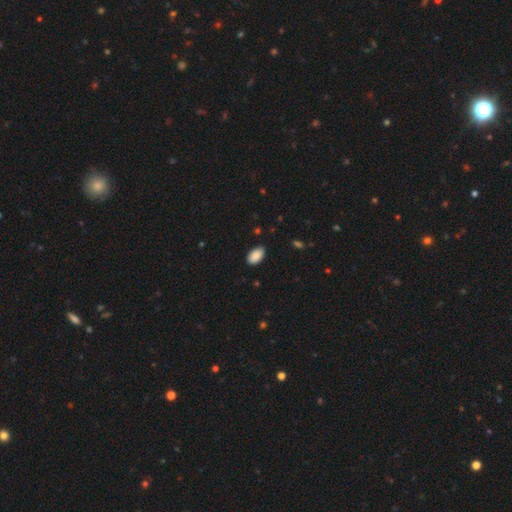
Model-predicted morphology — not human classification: This is clearly a smooth galaxy (90%). How rounded: clearly in between (95%). Merging: clearly none (87%).